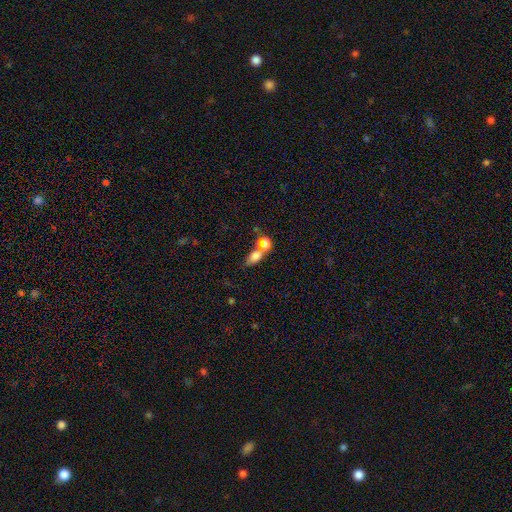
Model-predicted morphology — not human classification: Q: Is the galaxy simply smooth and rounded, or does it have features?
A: smooth — 72%.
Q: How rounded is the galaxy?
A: in between — 72%.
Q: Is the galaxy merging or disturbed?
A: merger — 64%.